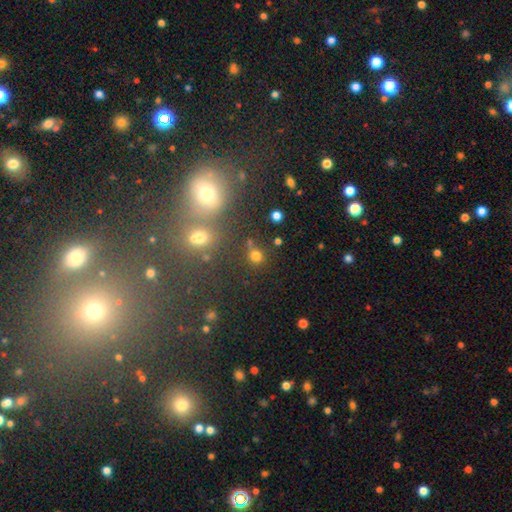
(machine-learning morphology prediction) This appears to be a smooth galaxy with no disk features (73%) that is round (85%). Merging: none (70%).